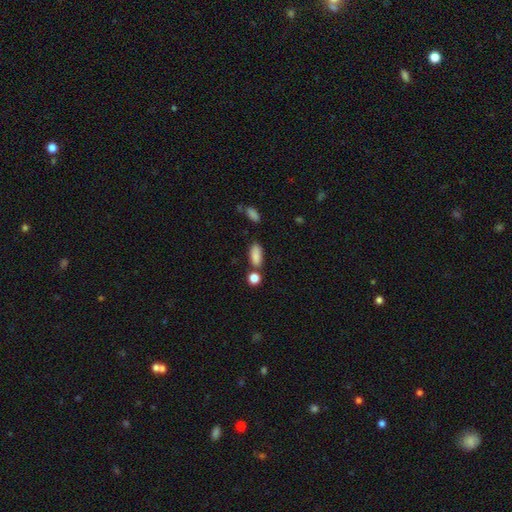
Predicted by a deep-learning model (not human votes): This appears to be a smooth galaxy with no disk features (85%) that is in between round and cigar-shaped (80%). Merging: none (66%).